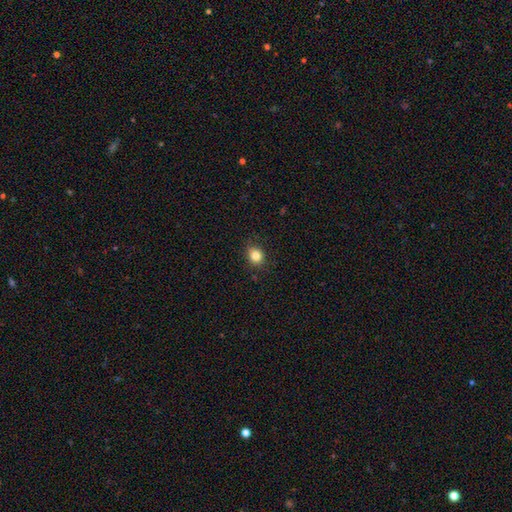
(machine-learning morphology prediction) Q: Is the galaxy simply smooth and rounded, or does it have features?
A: smooth — 83%.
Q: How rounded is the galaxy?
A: round — 70%.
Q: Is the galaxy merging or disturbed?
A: none — 83%.